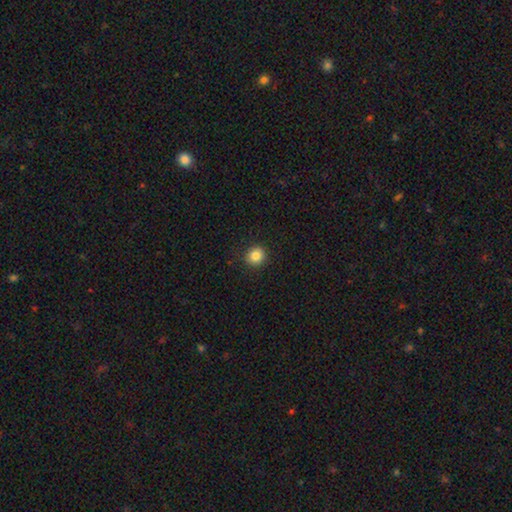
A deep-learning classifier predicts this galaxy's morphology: A smooth galaxy with no disk features (85%) that is round (89%).

Vote fractions:
- Smooth or featured? smooth: 85% / star or artifact: 10% / featured or disk: 4%
- How rounded? round: 89% / in between: 10% / cigar-shaped: 1%
- Merging? none: 91% / minor disturbance: 6% / major disturbance: 2% / merger: 1%